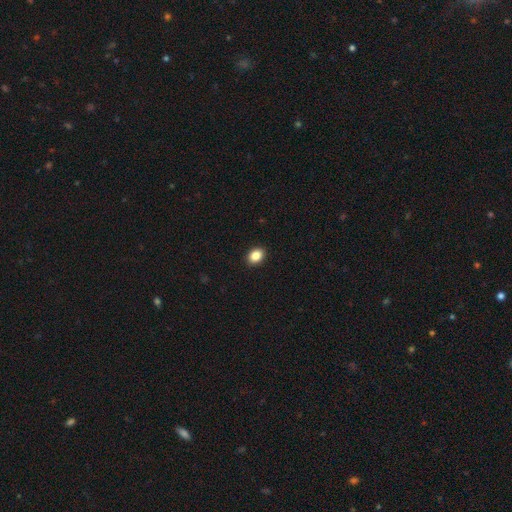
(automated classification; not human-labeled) Smooth or featured: smooth — 87% (star or artifact — 9%)
How rounded: in between — 69% (round — 30%)
Merging: none — 91% (minor disturbance — 6%)